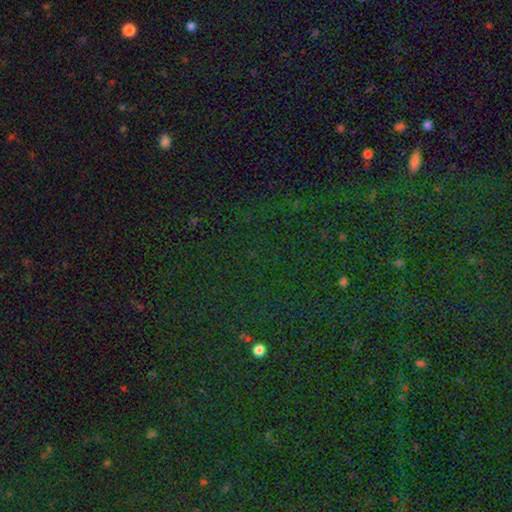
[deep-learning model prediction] Smooth or featured? Predicted: star or artifact (p=0.83).